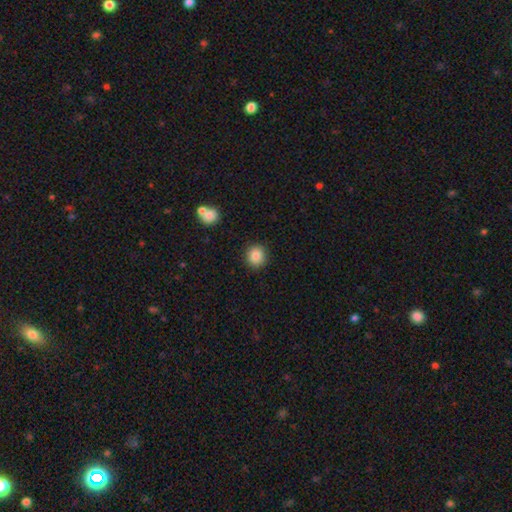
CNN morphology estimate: Overall: smooth (85%). How rounded: round (88%). Merging: none (90%).